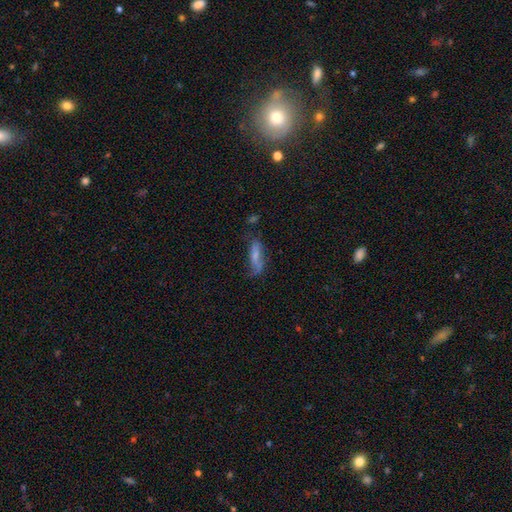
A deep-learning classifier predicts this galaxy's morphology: type=smooth (54%); roundness=in between (52%); merging=none (46%).